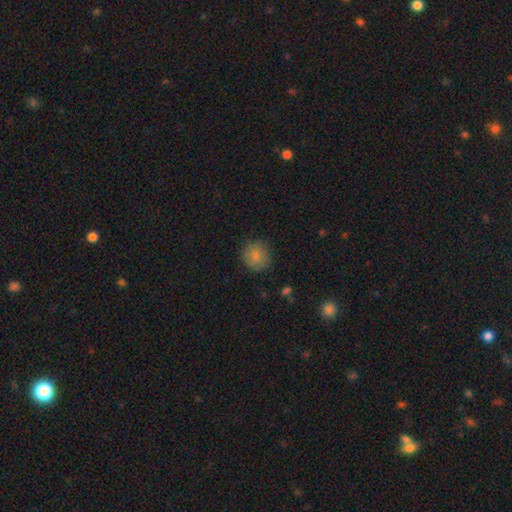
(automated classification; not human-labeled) Smooth or featured?
  - smooth: 83% *
  - star or artifact: 9%
  - featured or disk: 8%
How rounded?
  - round: 85% *
  - in between: 14%
  - cigar-shaped: 1%
Merging?
  - none: 79% *
  - minor disturbance: 15%
  - major disturbance: 4%
  - merger: 1%